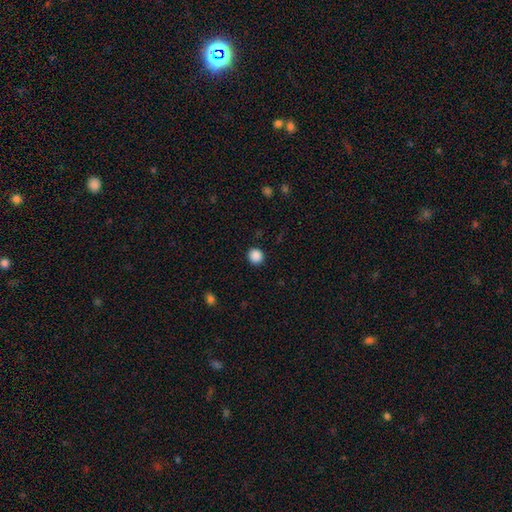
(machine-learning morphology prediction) smooth_or_featured: smooth (p=0.87) [alt: star or artifact p=0.10]
how_rounded: round (p=0.92) [alt: in between p=0.07]
merging: none (p=0.91) [alt: minor disturbance p=0.05]